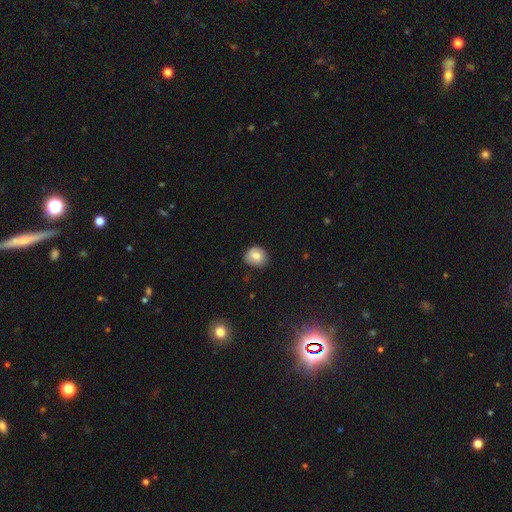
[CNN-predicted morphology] smooth-or-featured: smooth: 77% | featured or disk: 15% | star or artifact: 9%
  how-rounded: round: 74% | in between: 25% | cigar-shaped: 1%
  merging: none: 77% | minor disturbance: 18% | major disturbance: 3% | merger: 1%